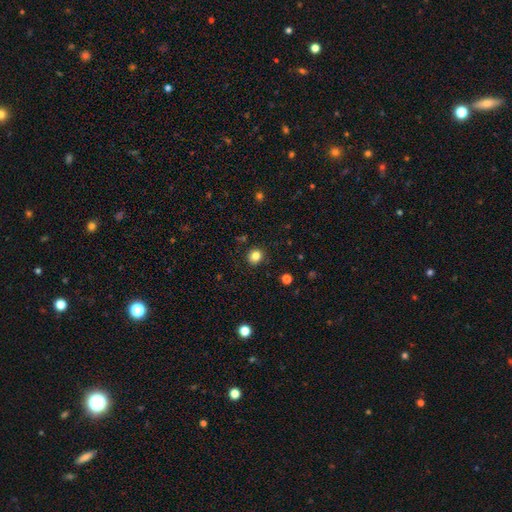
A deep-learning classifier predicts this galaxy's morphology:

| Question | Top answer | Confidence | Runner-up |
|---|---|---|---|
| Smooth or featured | smooth | 83% | star or artifact (12%) |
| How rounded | round | 85% | in between (14%) |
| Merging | none | 90% | minor disturbance (7%) |